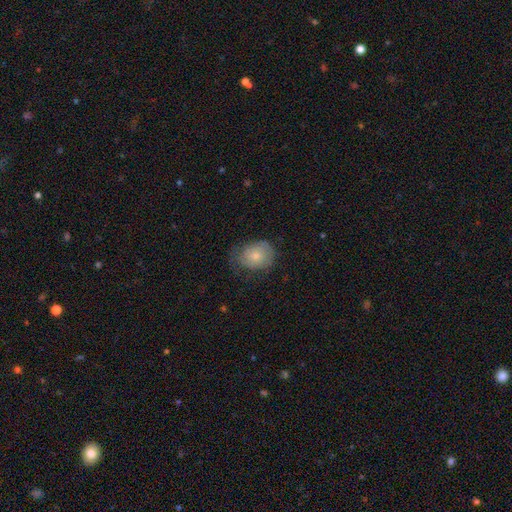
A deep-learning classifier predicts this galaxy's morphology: This is likely a smooth galaxy (68%). How rounded: possibly in between (50%). Merging: possibly none (53%).